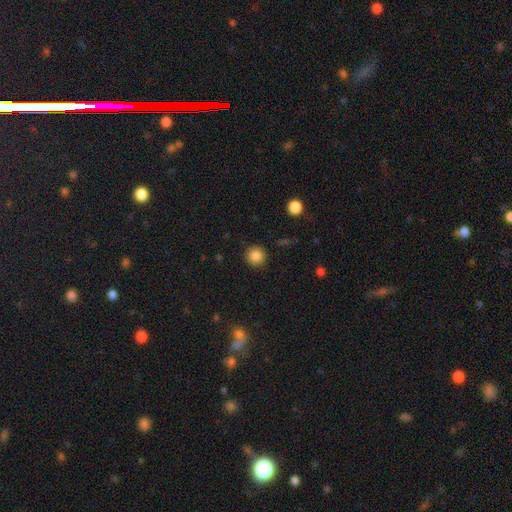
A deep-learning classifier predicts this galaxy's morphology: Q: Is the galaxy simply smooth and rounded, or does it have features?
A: smooth — 85%.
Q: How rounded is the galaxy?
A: round — 94%.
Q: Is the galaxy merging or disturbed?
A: none — 91%.